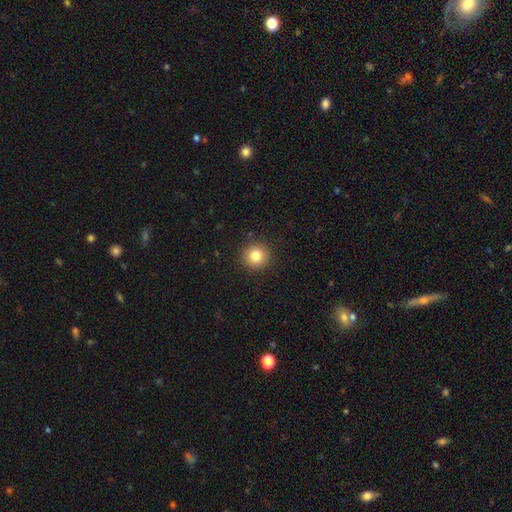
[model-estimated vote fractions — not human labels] A smooth galaxy with no disk features (82%) that is round (94%). Merging: none (92%).